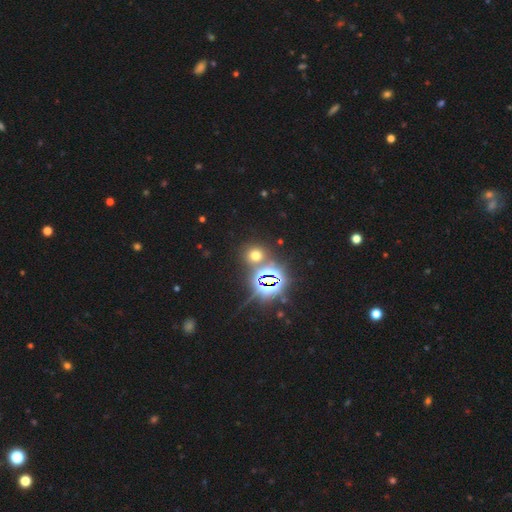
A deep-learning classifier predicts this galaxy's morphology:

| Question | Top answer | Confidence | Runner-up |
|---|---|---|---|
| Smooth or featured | smooth | 48% | star or artifact (44%) |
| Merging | none | 77% | merger (12%) |